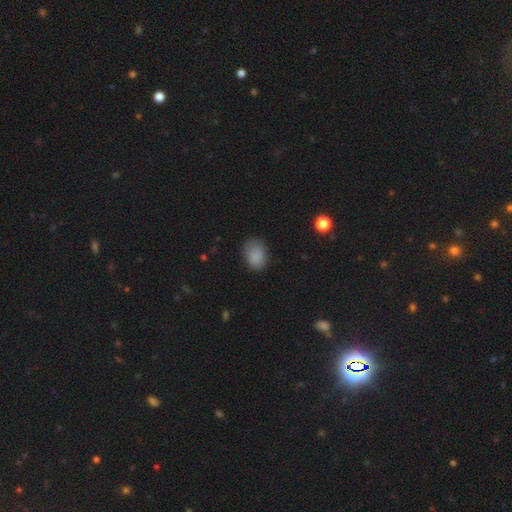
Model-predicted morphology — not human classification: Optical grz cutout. It shows a smooth galaxy with no disk features (85%) that is in between round and cigar-shaped (66%). Merging: none (74%).